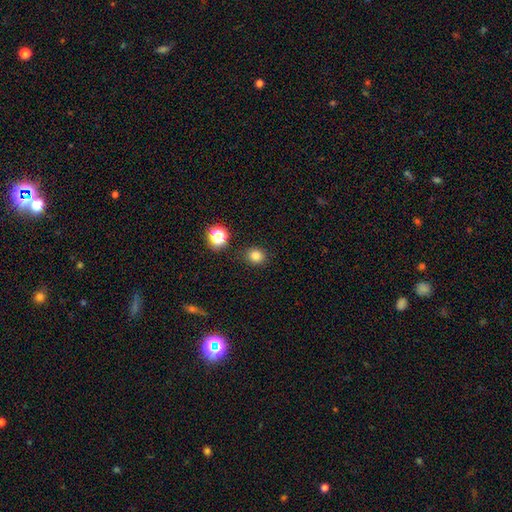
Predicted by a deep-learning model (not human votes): This appears to be a smooth galaxy with no disk features (80%) that is round (81%). Merging: none (87%).